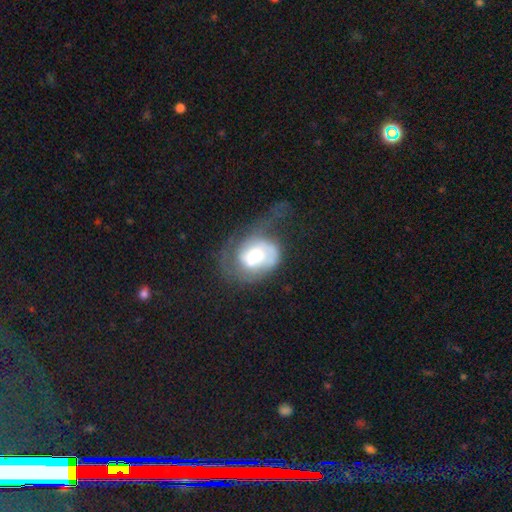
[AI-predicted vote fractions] Morphology: type=featured or disk (54%); edge-on=no (96%); bar=no (69%); spiral arms=yes (62%); bulge=moderate (53%); merging=major disturbance (45%).